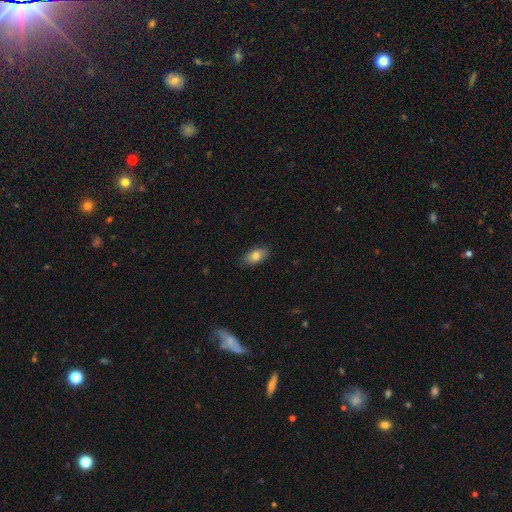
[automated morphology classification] This appears to be a smooth galaxy with no disk features (78%) that is in between round and cigar-shaped (89%). Merging: none (85%).